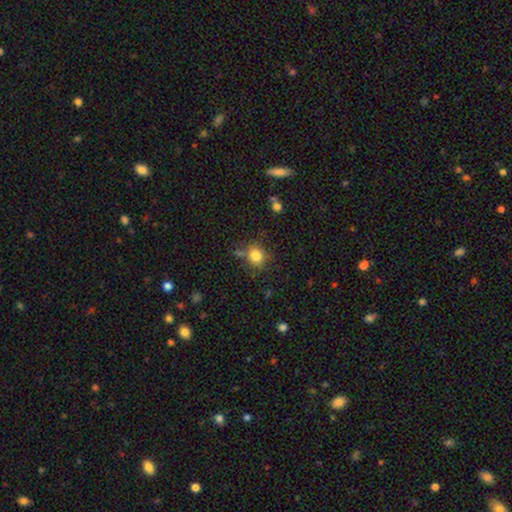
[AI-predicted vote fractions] Q: Smooth or featured?
A: smooth (81%); runner-up: star or artifact (12%)
Q: How rounded?
A: round (80%); runner-up: in between (19%)
Q: Merging?
A: none (71%); runner-up: minor disturbance (15%)